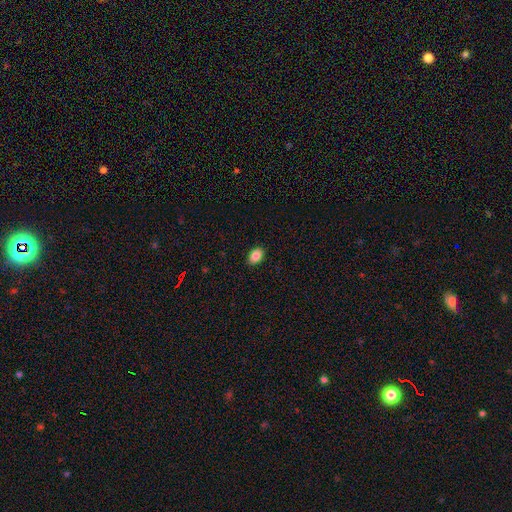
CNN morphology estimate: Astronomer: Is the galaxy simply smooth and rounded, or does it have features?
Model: smooth — 87%.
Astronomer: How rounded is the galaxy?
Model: in between — 86%.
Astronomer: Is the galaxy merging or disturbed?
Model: none — 90%.